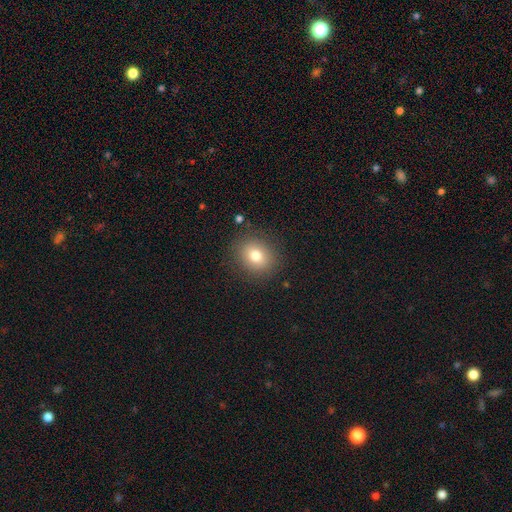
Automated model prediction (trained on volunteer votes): Q: Smooth or featured?
A: smooth (78%); runner-up: star or artifact (11%)
Q: How rounded?
A: round (69%); runner-up: in between (30%)
Q: Merging?
A: none (87%); runner-up: minor disturbance (9%)